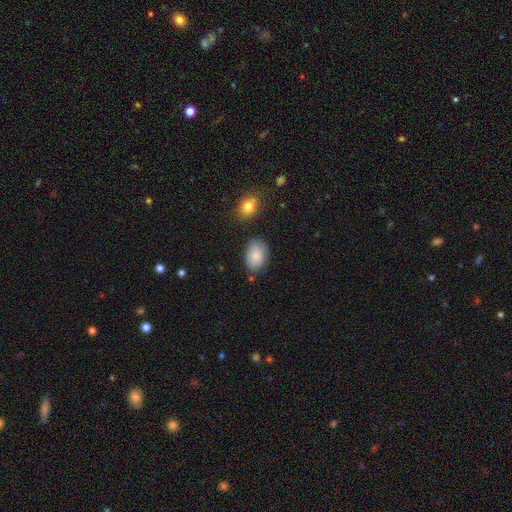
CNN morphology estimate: This is clearly a smooth galaxy (85%). How rounded: clearly in between (86%). Merging: likely none (74%).